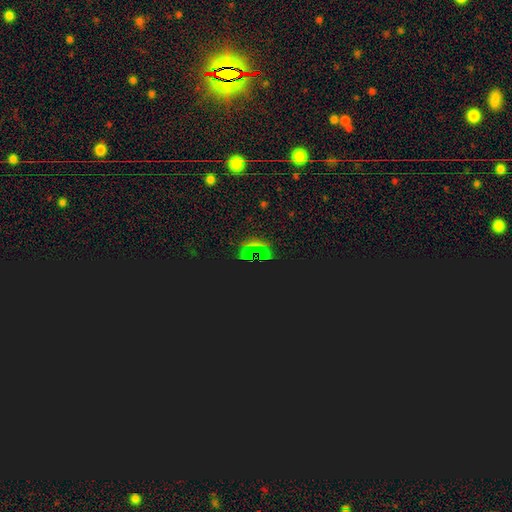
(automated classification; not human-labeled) Smooth or featured?
  - star or artifact: 75% *
  - smooth: 17%
  - featured or disk: 8%